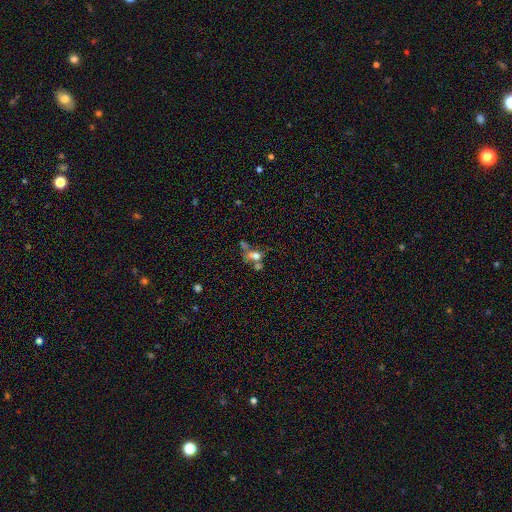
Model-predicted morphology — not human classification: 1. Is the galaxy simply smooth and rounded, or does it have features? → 55% smooth, 27% featured or disk, 18% star or artifact.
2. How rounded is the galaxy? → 62% in between, 30% round, 9% cigar-shaped.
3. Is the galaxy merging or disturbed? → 41% merger, 30% none, 16% major disturbance, 13% minor disturbance.